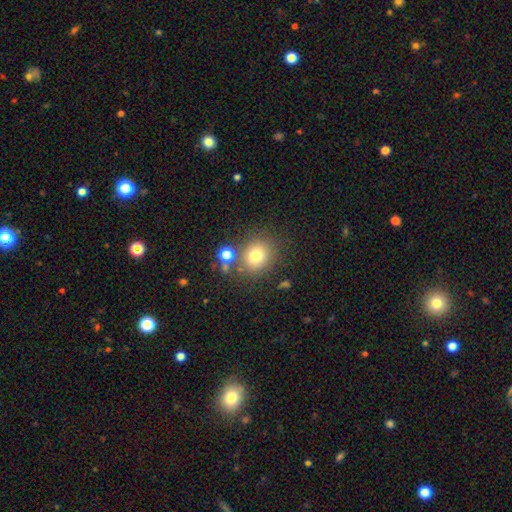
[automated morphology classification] The model was most divided on "how rounded": round: 78%, in between: 21%, cigar-shaped: 1%. More confident: smooth or featured — smooth (75%); merging — none (73%).